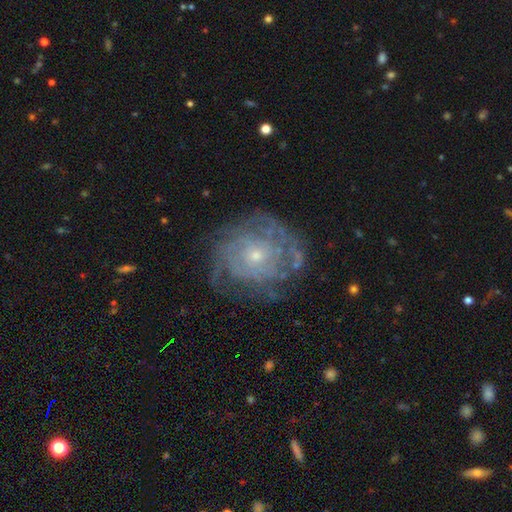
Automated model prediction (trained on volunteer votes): Smooth or featured? Predicted: featured or disk (p=0.79). Edge-on disk? Predicted: no (p=0.97). Bar? Predicted: no (p=0.83). Spiral arms? Predicted: yes (p=0.84). Spiral winding? Predicted: tight (p=0.71). Spiral arm count? Predicted: can't tell (p=0.50). Bulge size? Predicted: small (p=0.72). Merging? Predicted: none (p=0.70).